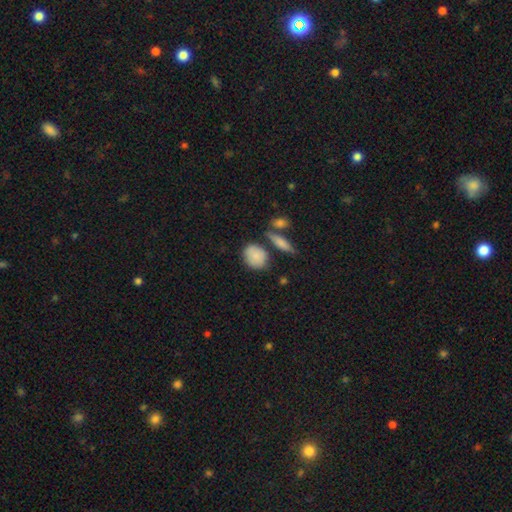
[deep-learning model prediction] Overall: smooth (85%). How rounded: round (51%; in between 46%). Merging: none (68%).